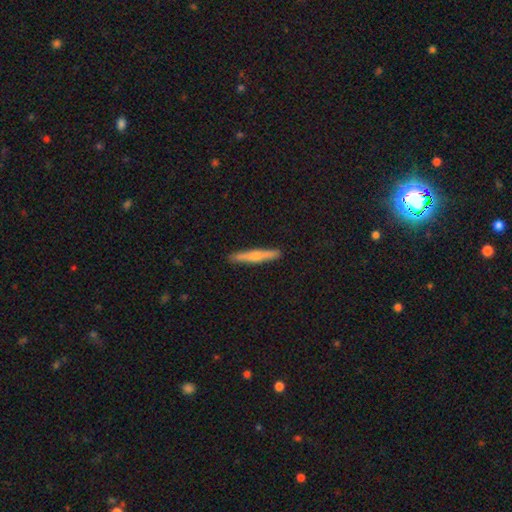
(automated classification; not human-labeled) A smooth galaxy with no disk features (49%). Merging: none (90%).